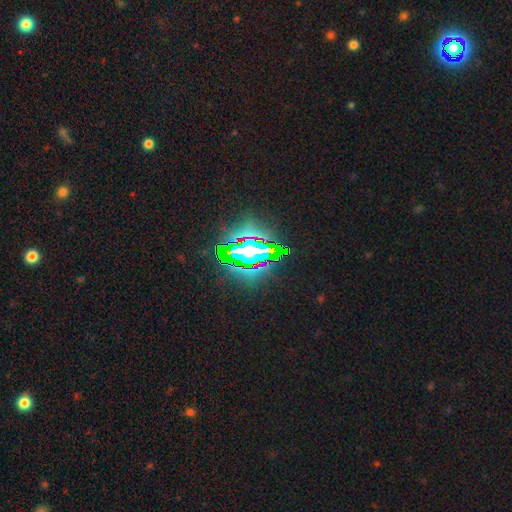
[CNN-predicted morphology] This is clearly a star or artifact rather than a galaxy (82%).